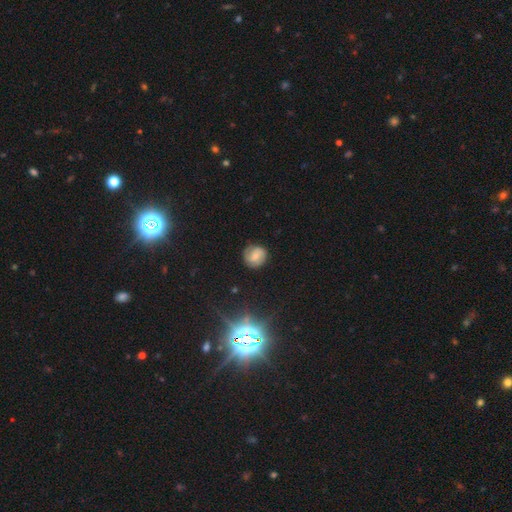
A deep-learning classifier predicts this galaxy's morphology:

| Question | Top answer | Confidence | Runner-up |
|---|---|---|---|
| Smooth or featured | featured or disk | 48% | smooth (42%) |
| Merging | none | 77% | minor disturbance (16%) |